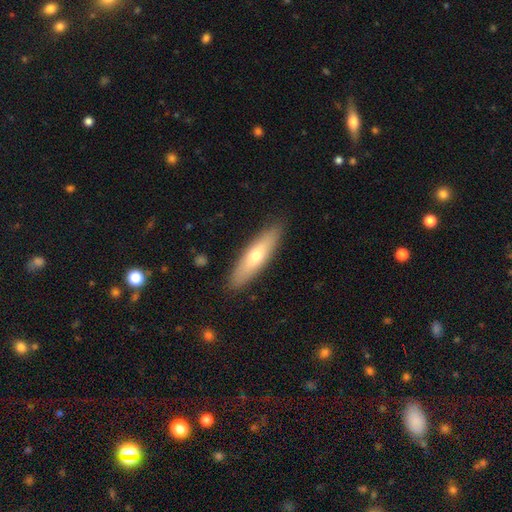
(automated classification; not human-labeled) Smooth or featured? Predicted: smooth (p=0.61). How rounded? Predicted: cigar-shaped (p=0.68). Merging? Predicted: none (p=0.89).